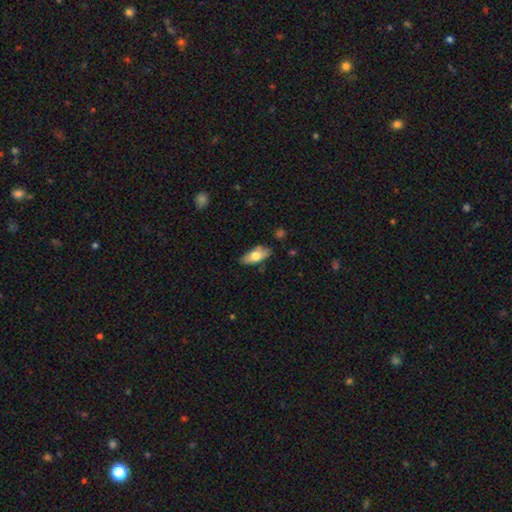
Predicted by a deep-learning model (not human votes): Q: Smooth or featured?
A: smooth (69%); runner-up: featured or disk (24%)
Q: How rounded?
A: in between (83%); runner-up: cigar-shaped (14%)
Q: Merging?
A: none (79%); runner-up: minor disturbance (16%)